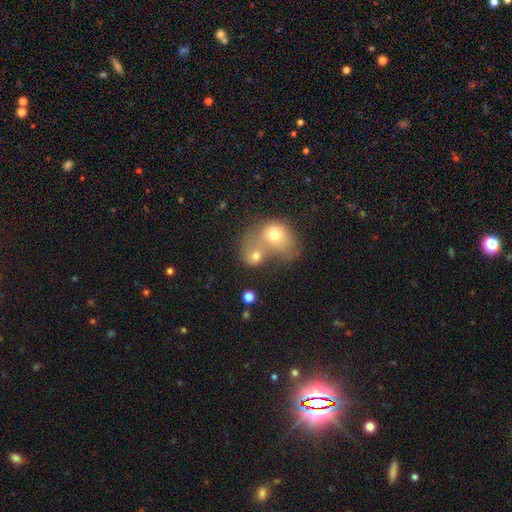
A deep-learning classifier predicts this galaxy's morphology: A smooth galaxy with no disk features (70%) that is round (54%). Merging: merger (78%).